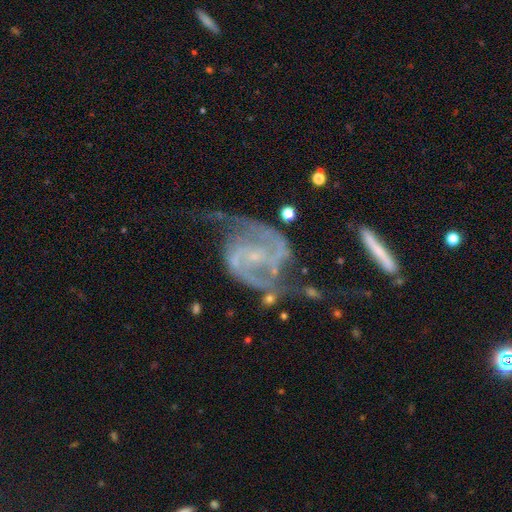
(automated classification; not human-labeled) The model was most divided on "bar": no: 42%, weak: 38%, strong: 19%. More confident: spiral arms — yes (97%); edge-on disk — no (97%); smooth or featured — featured or disk (91%); spiral arm count — 2 (89%); bulge size — small (77%); merging — none (53%); spiral winding — medium (52%).